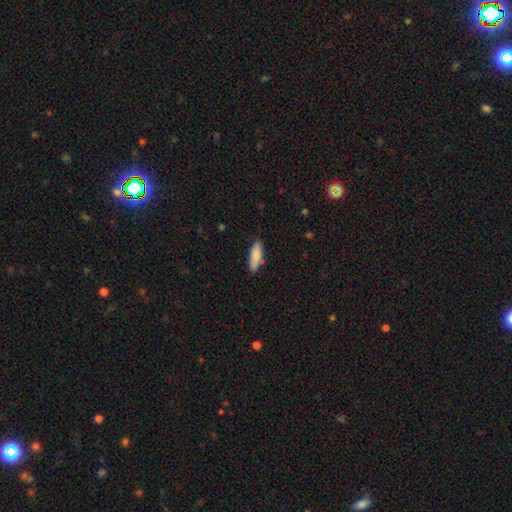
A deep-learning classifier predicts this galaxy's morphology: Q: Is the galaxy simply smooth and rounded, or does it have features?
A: smooth — 86%.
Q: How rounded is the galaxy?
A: in between — 52%.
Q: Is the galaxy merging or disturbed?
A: none — 83%.